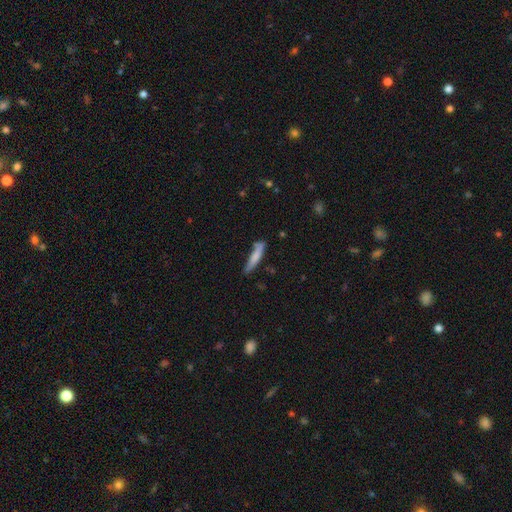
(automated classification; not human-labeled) smooth 72%, featured or disk 22%, star or artifact 6%. Down the decision tree: how rounded — cigar-shaped (89%); merging — none (68%).